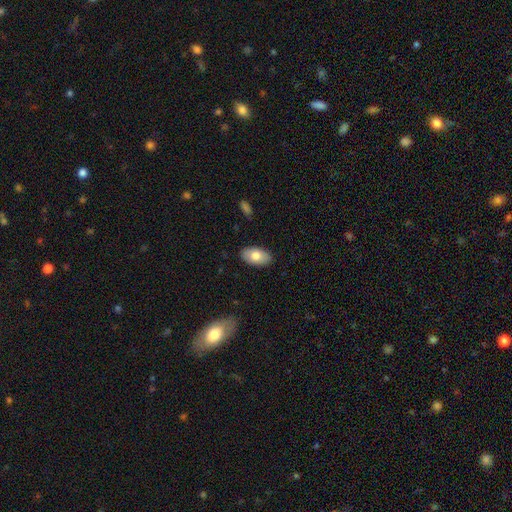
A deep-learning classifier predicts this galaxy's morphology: smooth 76%, featured or disk 18%, star or artifact 6%. Down the decision tree: how rounded — in between (94%); merging — none (87%).